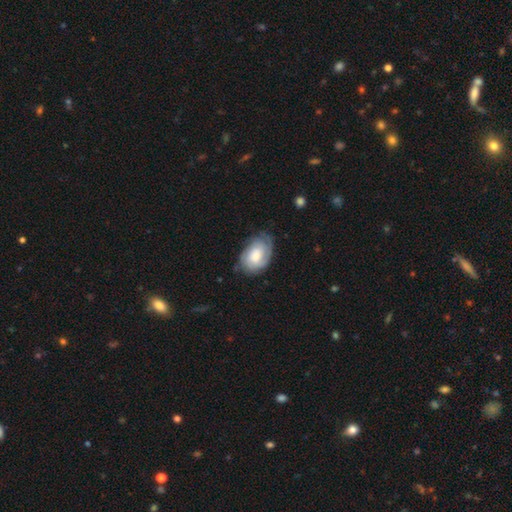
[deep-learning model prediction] smooth-or-featured: featured or disk: 51% | smooth: 43% | star or artifact: 7%
  disk-edge-on: no: 96% | yes: 4%
  merging: none: 65% | minor disturbance: 25% | major disturbance: 9% | merger: 1%